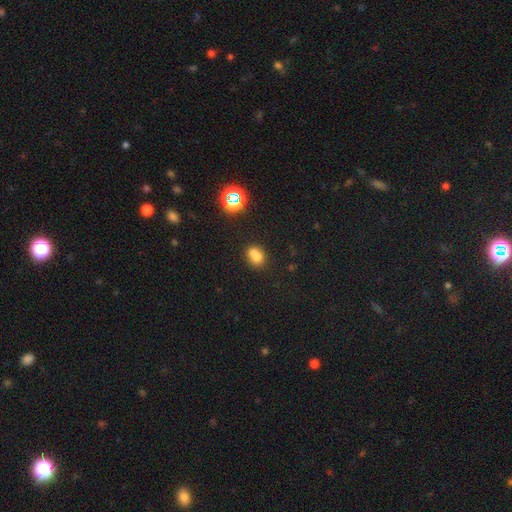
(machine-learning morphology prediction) A smooth galaxy with no disk features (73%) that is in between round and cigar-shaped (54%).

Vote fractions:
- Smooth or featured? smooth: 73% / star or artifact: 16% / featured or disk: 11%
- How rounded? in between: 54% / round: 44% / cigar-shaped: 2%
- Merging? none: 51% / merger: 29% / minor disturbance: 16% / major disturbance: 5%